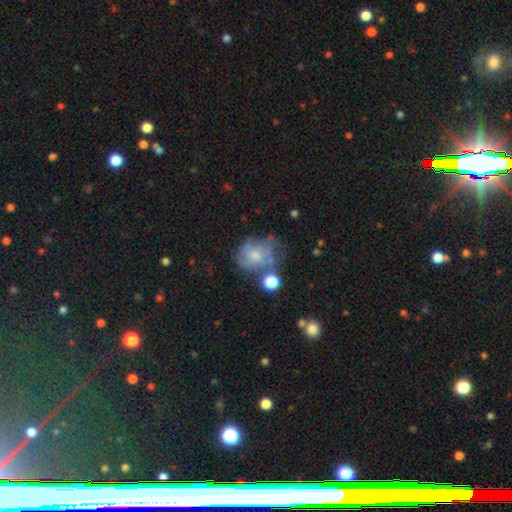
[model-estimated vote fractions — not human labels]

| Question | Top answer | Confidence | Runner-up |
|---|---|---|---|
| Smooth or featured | featured or disk | 47% | smooth (41%) |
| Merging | none | 43% | minor disturbance (26%) |